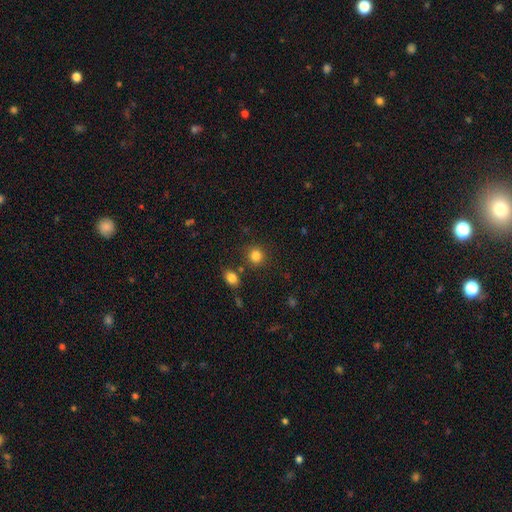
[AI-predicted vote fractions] A smooth galaxy with no disk features (84%) that is round (86%).

Vote fractions:
- Smooth or featured? smooth: 84% / star or artifact: 12% / featured or disk: 5%
- How rounded? round: 86% / in between: 13% / cigar-shaped: 1%
- Merging? none: 82% / minor disturbance: 9% / merger: 6% / major disturbance: 3%